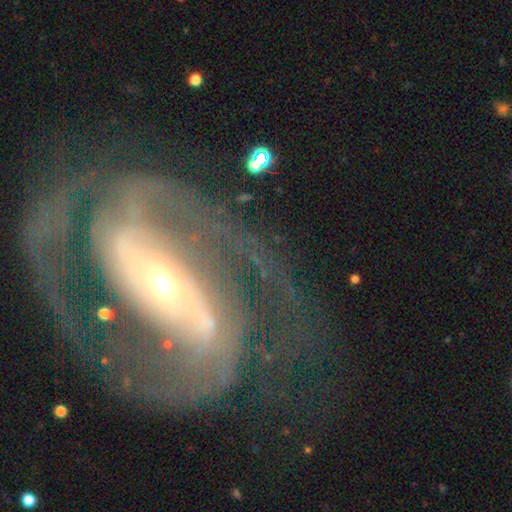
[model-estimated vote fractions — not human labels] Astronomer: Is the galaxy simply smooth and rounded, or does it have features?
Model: featured or disk — 90%.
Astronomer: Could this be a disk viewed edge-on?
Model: no — 97%.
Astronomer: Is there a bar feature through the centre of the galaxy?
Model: strong — 51% (runner-up: weak, 29%).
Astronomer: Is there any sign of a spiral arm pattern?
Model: yes — 96%.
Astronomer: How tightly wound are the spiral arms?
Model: medium — 52%.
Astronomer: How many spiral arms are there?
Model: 2 — 86%.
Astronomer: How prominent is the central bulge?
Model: small — 51% (runner-up: moderate, 43%).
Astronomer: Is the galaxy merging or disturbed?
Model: none — 62%.